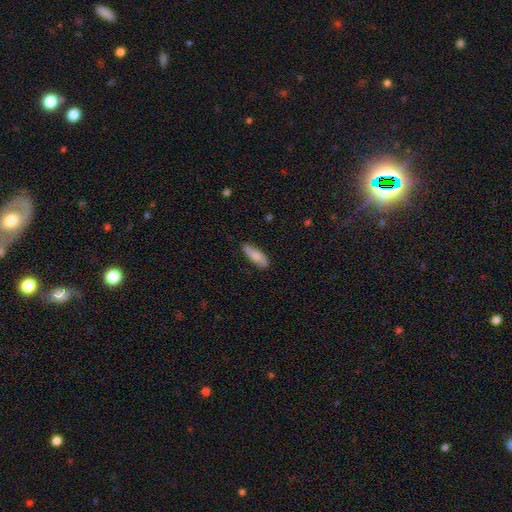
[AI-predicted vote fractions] Smooth or featured? Predicted: smooth (p=0.76). How rounded? Predicted: in between (p=0.56). Merging? Predicted: none (p=0.82).